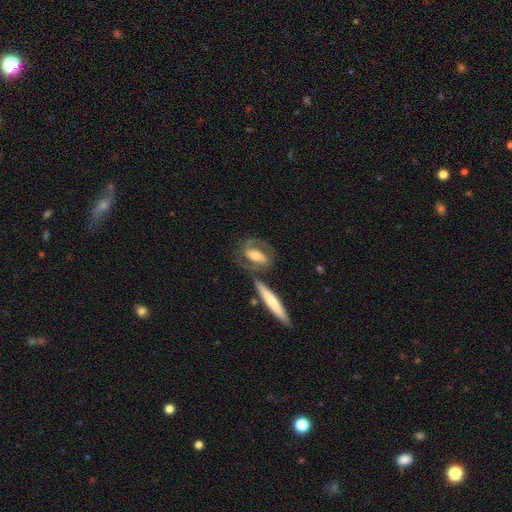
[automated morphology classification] The model was most divided on "bar": strong: 44%, weak: 34%, no: 22%. More confident: spiral arms — yes (94%); edge-on disk — no (92%); spiral arm count — 2 (90%); smooth or featured — featured or disk (82%); merging — none (69%); bulge size — moderate (61%); spiral winding — medium (55%).